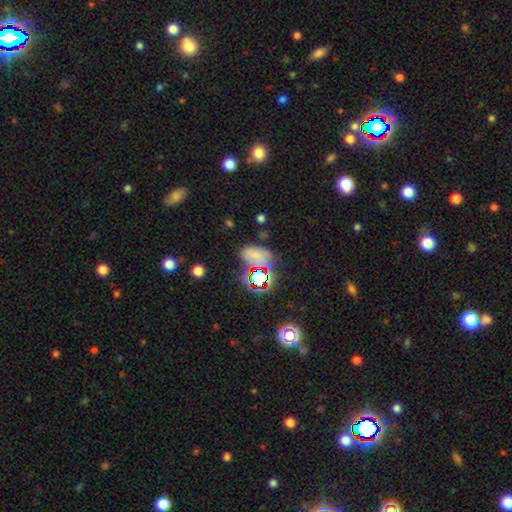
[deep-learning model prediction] This is possibly a smooth galaxy (53%). How rounded: clearly in between (82%). Merging: possibly none (55%).